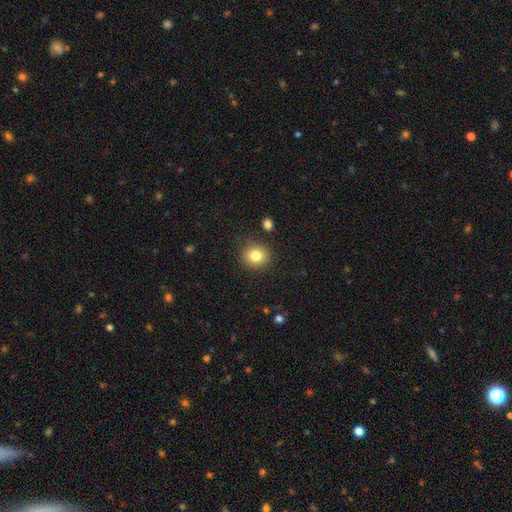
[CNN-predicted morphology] Smooth or featured?
  - smooth: 82% *
  - star or artifact: 11%
  - featured or disk: 7%
How rounded?
  - round: 84% *
  - in between: 15%
  - cigar-shaped: 1%
Merging?
  - none: 87% *
  - minor disturbance: 8%
  - major disturbance: 3%
  - merger: 2%